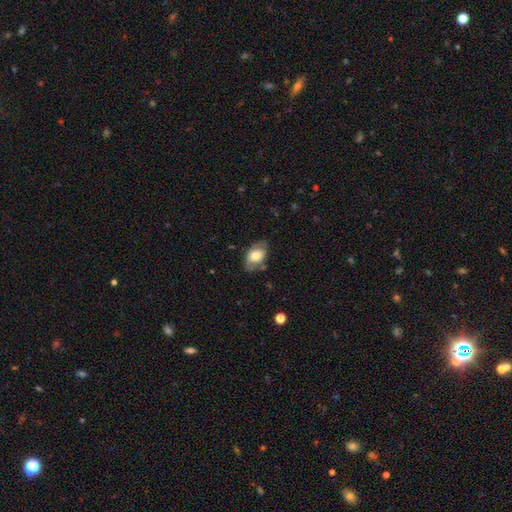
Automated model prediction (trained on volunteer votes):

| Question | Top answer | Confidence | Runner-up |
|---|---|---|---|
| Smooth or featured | smooth | 60% | featured or disk (33%) |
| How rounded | in between | 87% | round (11%) |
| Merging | none | 72% | minor disturbance (19%) |